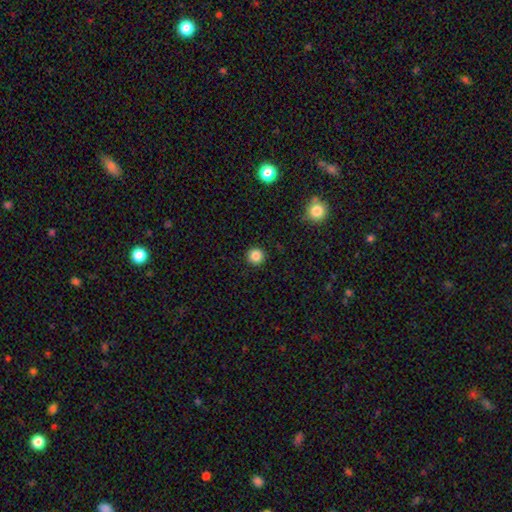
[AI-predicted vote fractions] Q: Smooth or featured?
A: smooth (85%); runner-up: star or artifact (11%)
Q: How rounded?
A: round (95%); runner-up: in between (4%)
Q: Merging?
A: none (93%); runner-up: minor disturbance (5%)